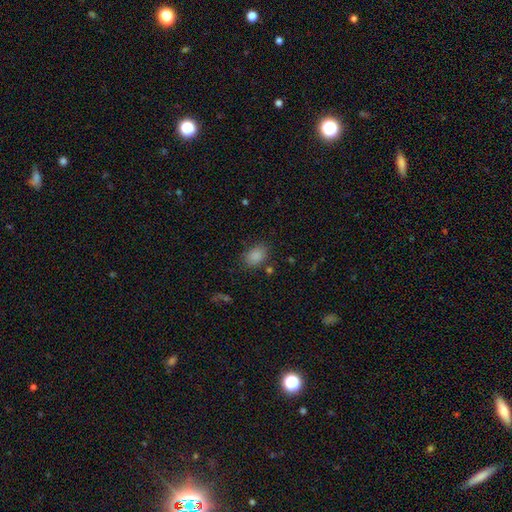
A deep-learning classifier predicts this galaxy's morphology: type=smooth (86%); roundness=in between (76%); merging=none (79%).